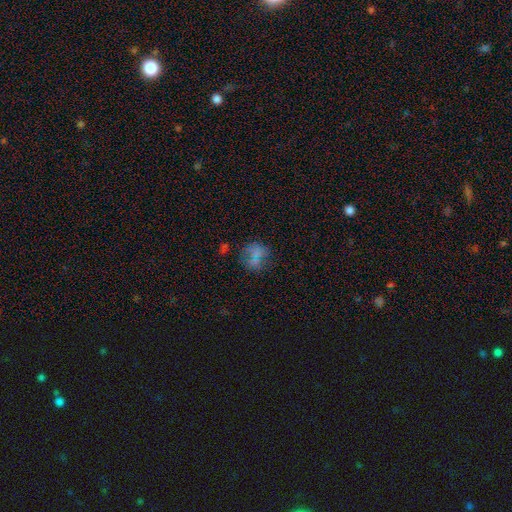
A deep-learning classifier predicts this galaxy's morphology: Smooth or featured? smooth (62%)
How rounded? round (85%)
Merging? none (71%)